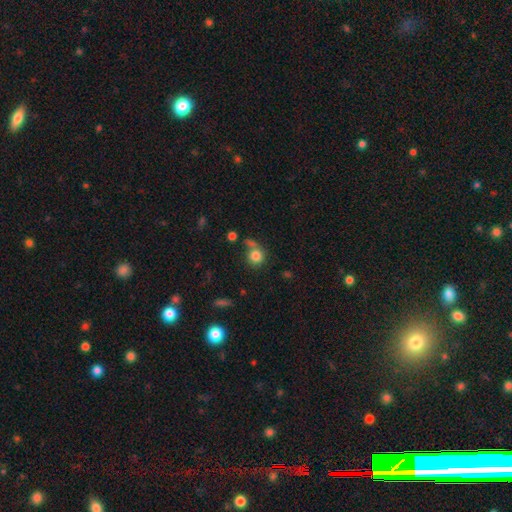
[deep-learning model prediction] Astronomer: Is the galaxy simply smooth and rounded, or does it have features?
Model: smooth — 80%.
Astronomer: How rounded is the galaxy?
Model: round — 87%.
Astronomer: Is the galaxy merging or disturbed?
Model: none — 56%.